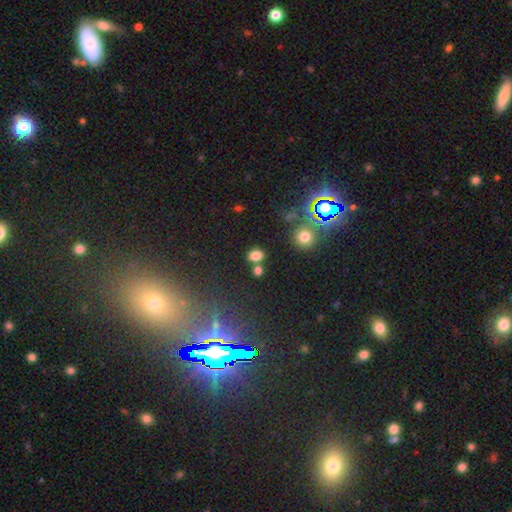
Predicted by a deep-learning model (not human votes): Morphology: type=smooth (76%); roundness=in between (63%); merging=none (66%).